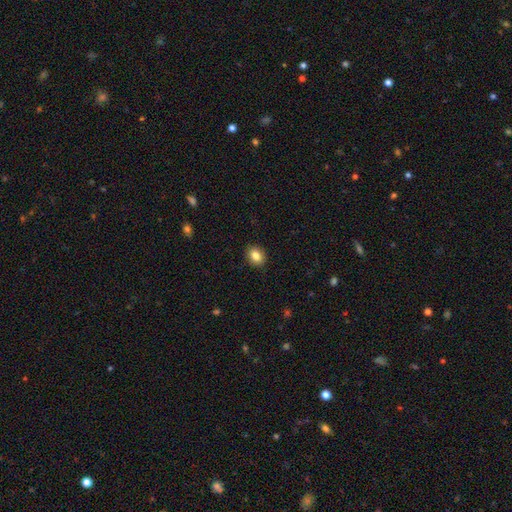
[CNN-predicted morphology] Smooth or featured? Predicted: smooth (p=0.85). How rounded? Predicted: in between (p=0.58). Merging? Predicted: none (p=0.90).